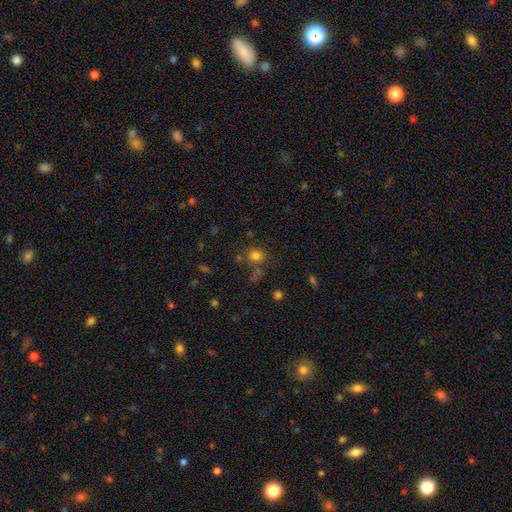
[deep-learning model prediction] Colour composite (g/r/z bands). It shows a smooth galaxy with no disk features (76%) that is round (82%). Merging: none (67%).